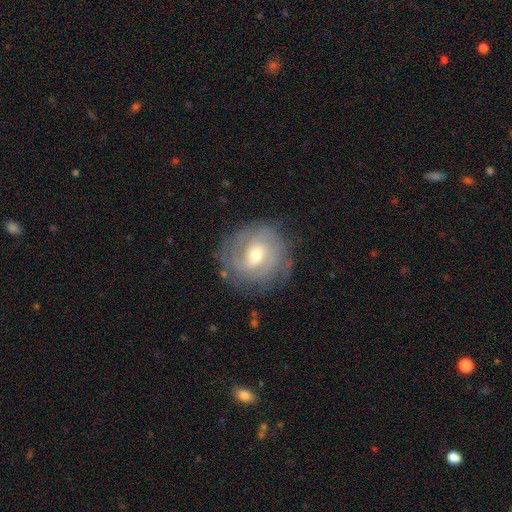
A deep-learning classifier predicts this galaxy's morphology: Smooth or featured? Predicted: featured or disk (p=0.81). Edge-on disk? Predicted: no (p=0.97). Bar? Predicted: weak (p=0.48). Spiral arms? Predicted: yes (p=0.94). Spiral winding? Predicted: tight (p=0.65). Spiral arm count? Predicted: 2 (p=0.34). Bulge size? Predicted: moderate (p=0.59). Merging? Predicted: none (p=0.79).